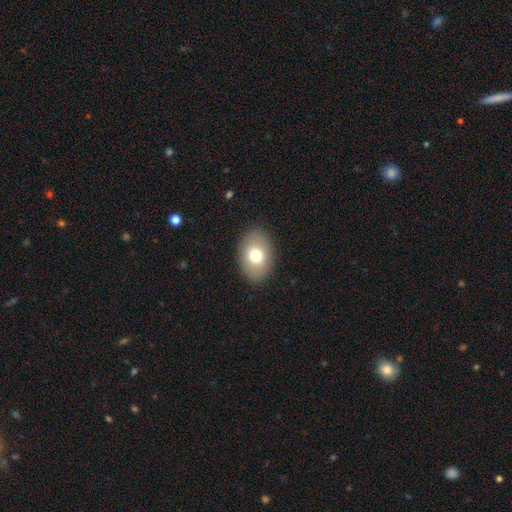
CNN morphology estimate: smooth 73%, featured or disk 18%, star or artifact 9%. Down the decision tree: how rounded — in between (79%); merging — none (88%).